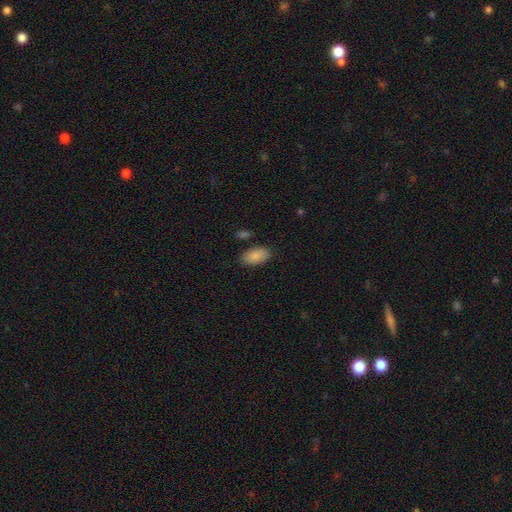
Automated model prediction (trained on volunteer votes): Smooth or featured? Predicted: smooth (p=0.88). How rounded? Predicted: in between (p=0.94). Merging? Predicted: none (p=0.82).